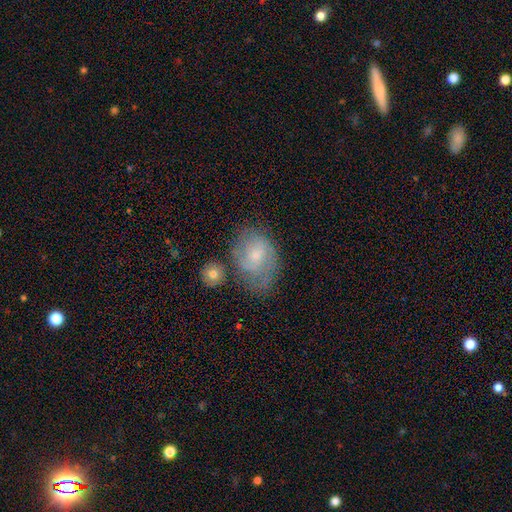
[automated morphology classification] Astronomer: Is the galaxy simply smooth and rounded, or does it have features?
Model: featured or disk — 47% (runner-up: smooth, 45%).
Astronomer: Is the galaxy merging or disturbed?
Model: none — 47% (runner-up: minor disturbance, 29%).